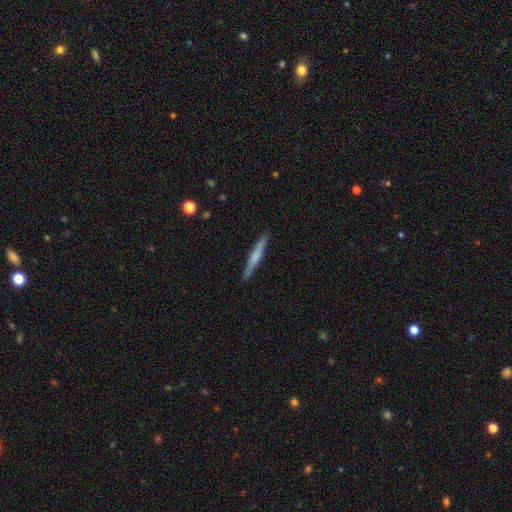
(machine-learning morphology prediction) Overall: smooth (48%; featured or disk 46%). Merging: none (90%).